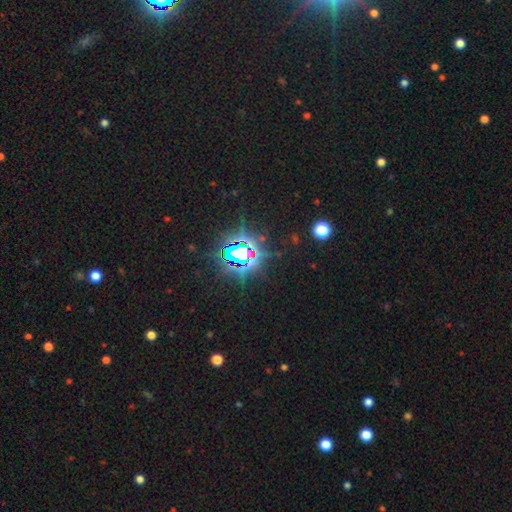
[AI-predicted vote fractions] Overall: star or artifact (84%).